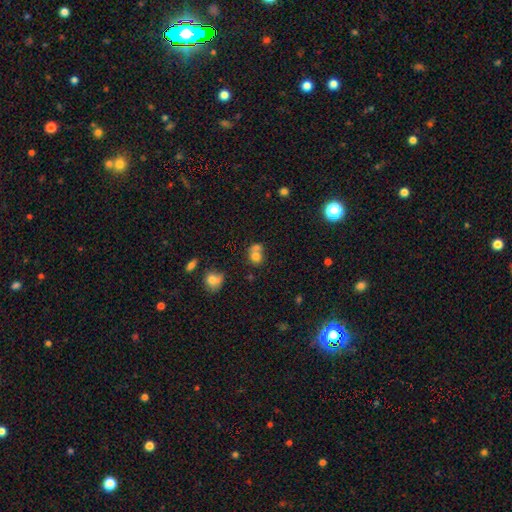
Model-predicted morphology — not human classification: The model was most divided on "merging": merger: 54%, none: 33%, minor disturbance: 9%, major disturbance: 5%. More confident: smooth or featured — smooth (74%); how rounded — round (69%).